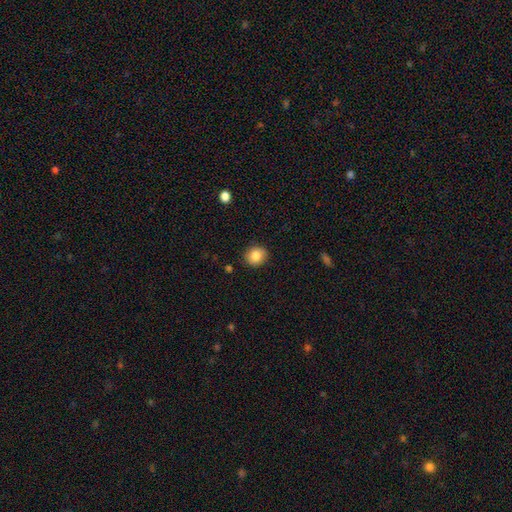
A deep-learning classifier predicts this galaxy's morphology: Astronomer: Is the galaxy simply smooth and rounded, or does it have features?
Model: smooth — 84%.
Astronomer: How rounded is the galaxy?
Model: round — 77%.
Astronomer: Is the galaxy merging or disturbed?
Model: none — 89%.